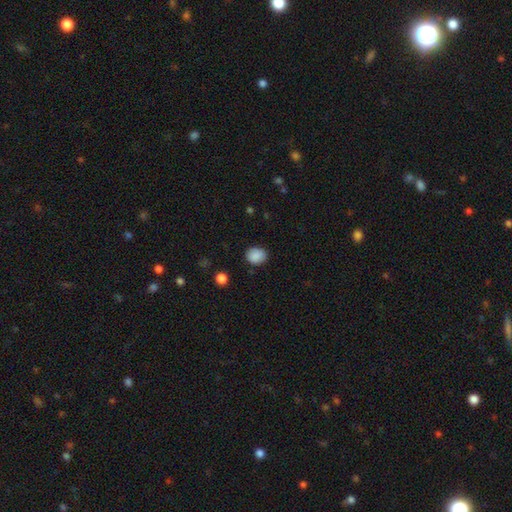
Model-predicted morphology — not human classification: A smooth galaxy with no disk features (88%) that is round (60%).

Vote fractions:
- Smooth or featured? smooth: 88% / star or artifact: 9% / featured or disk: 3%
- How rounded? round: 60% / in between: 39% / cigar-shaped: 1%
- Merging? none: 83% / minor disturbance: 13% / major disturbance: 3% / merger: 1%